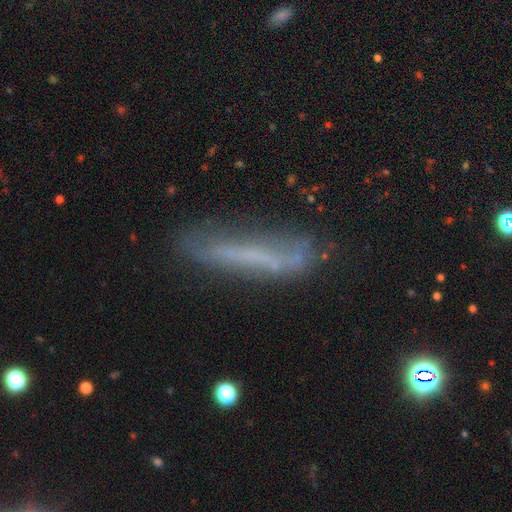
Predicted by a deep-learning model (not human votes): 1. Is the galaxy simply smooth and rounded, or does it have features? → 45% featured or disk, 43% smooth, 12% star or artifact.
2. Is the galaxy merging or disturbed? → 61% none, 25% minor disturbance, 10% major disturbance, 4% merger.